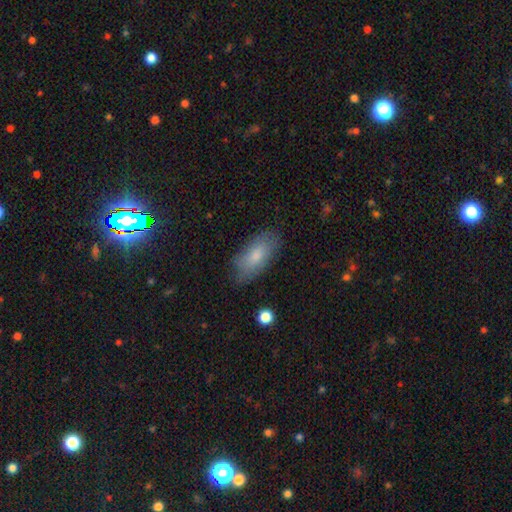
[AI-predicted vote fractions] smooth 77%, featured or disk 17%, star or artifact 6%. Down the decision tree: how rounded — in between (87%); merging — none (78%).